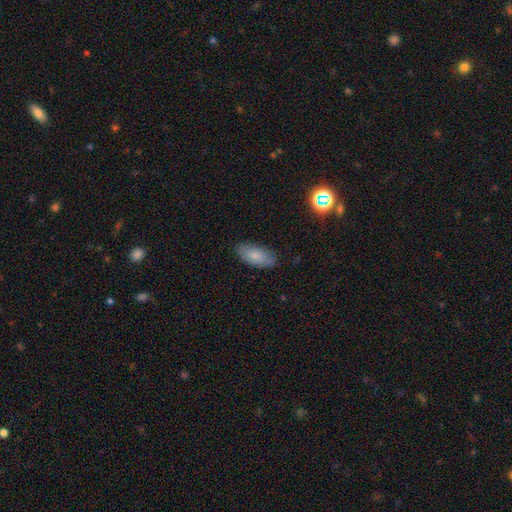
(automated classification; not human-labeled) This appears to be a smooth galaxy with no disk features (78%) that is in between round and cigar-shaped (89%). Merging: none (84%).